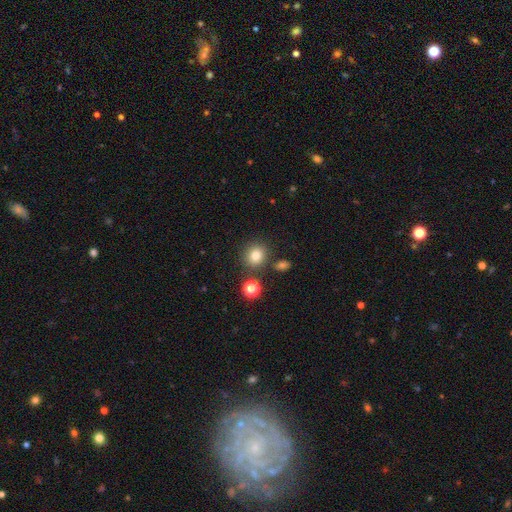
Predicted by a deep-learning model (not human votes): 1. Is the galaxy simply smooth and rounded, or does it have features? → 79% smooth, 14% star or artifact, 7% featured or disk.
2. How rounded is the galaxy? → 82% round, 17% in between, 1% cigar-shaped.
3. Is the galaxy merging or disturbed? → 81% none, 9% minor disturbance, 7% merger, 3% major disturbance.